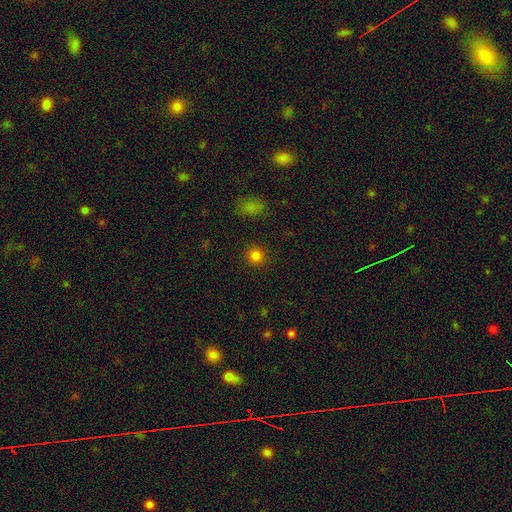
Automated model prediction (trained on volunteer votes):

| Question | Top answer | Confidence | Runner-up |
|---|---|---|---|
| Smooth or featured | smooth | 82% | star or artifact (14%) |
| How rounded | round | 94% | in between (5%) |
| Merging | none | 91% | minor disturbance (5%) |